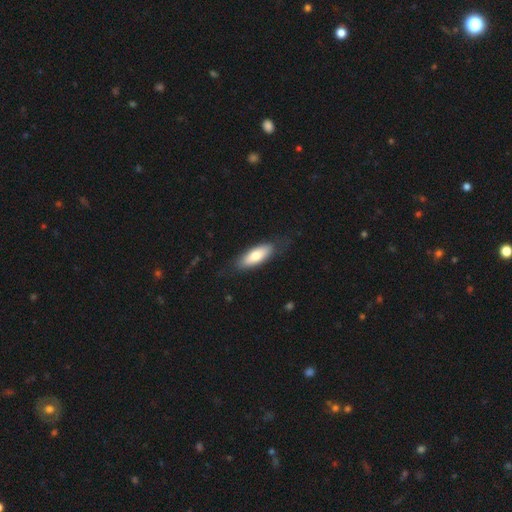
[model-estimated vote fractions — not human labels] smooth 72%, featured or disk 22%, star or artifact 6%. Down the decision tree: how rounded — in between (70%); merging — none (79%).